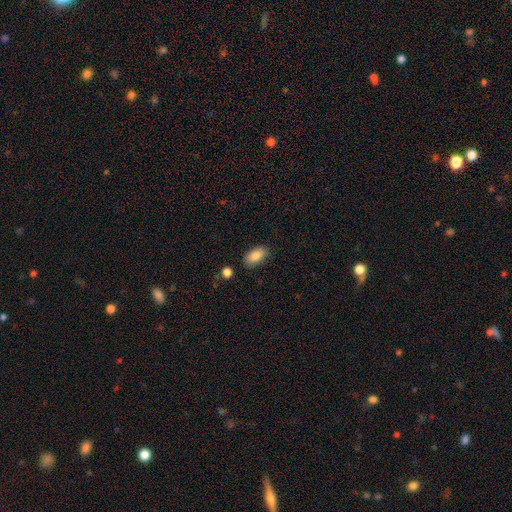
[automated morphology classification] A smooth galaxy with no disk features (88%) that is in between round and cigar-shaped (92%). Merging: none (83%).